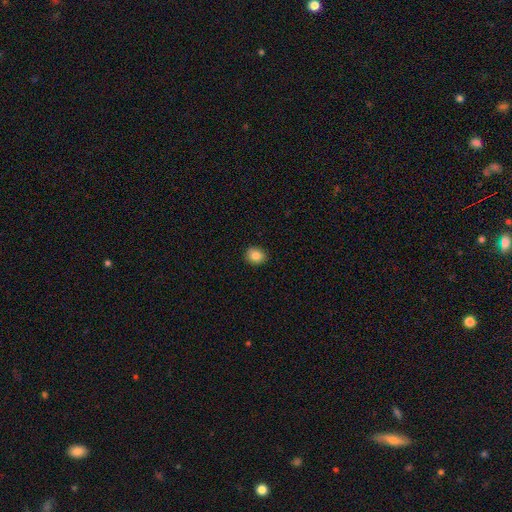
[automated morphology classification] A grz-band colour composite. It shows a smooth galaxy with no disk features (84%) that is round (69%). Merging: none (91%).